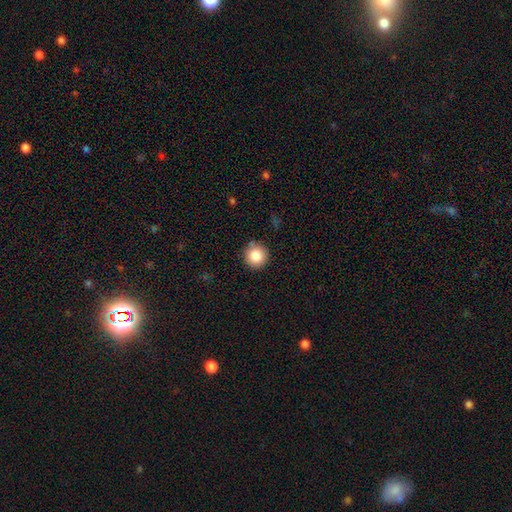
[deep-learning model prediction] Overall: smooth (84%). How rounded: round (95%). Merging: none (88%).